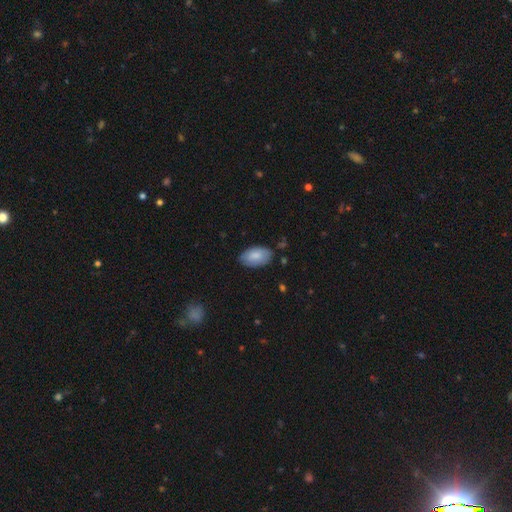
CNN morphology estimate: Smooth or featured: smooth — 80% (featured or disk — 14%)
How rounded: in between — 95% (round — 4%)
Merging: none — 78% (minor disturbance — 17%)